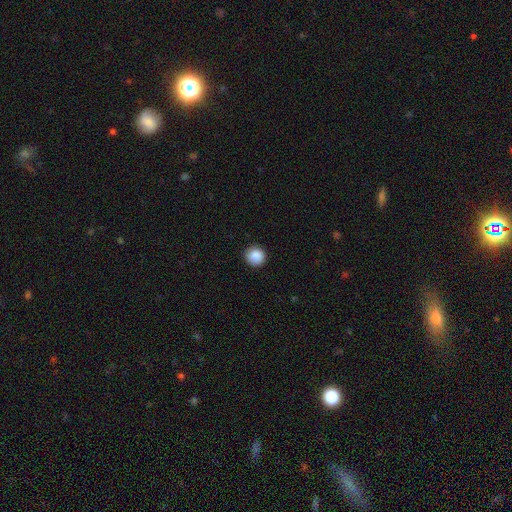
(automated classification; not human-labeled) Smooth or featured?
  - smooth: 88% *
  - star or artifact: 8%
  - featured or disk: 3%
How rounded?
  - round: 93% *
  - in between: 6%
  - cigar-shaped: 1%
Merging?
  - none: 89% *
  - minor disturbance: 8%
  - major disturbance: 2%
  - merger: 1%